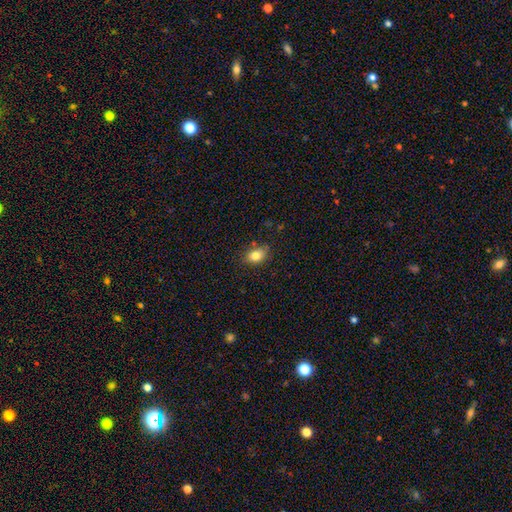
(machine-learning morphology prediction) type=smooth (82%); roundness=in between (70%); merging=none (75%).